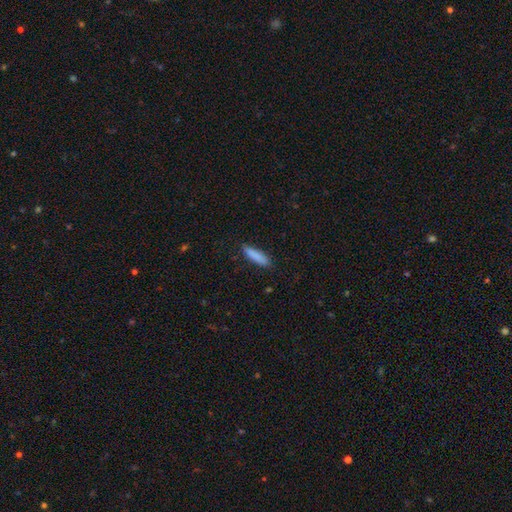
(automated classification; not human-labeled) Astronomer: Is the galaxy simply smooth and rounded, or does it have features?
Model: smooth — 87%.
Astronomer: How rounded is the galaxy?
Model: cigar-shaped — 73%.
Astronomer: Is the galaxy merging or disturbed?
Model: none — 86%.